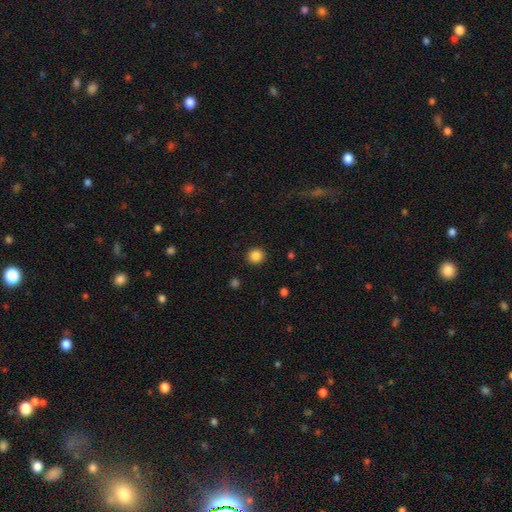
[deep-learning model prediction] Smooth or featured? Predicted: smooth (p=0.86). How rounded? Predicted: round (p=0.88). Merging? Predicted: none (p=0.91).